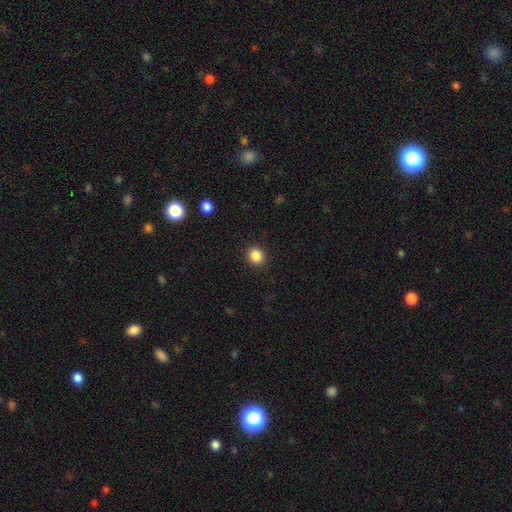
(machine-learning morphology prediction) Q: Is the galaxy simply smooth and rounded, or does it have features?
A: smooth — 87%.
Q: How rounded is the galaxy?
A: round — 83%.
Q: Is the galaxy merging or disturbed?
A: none — 91%.